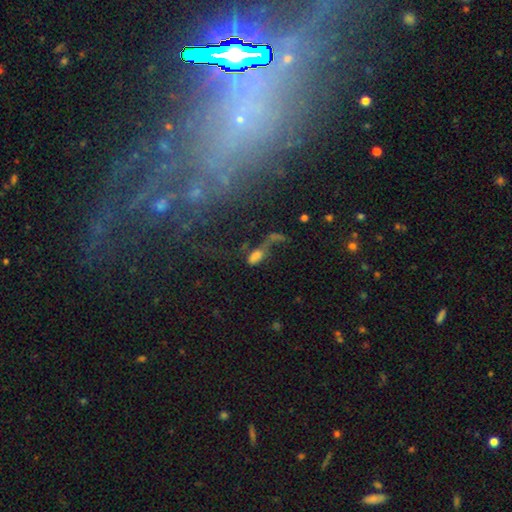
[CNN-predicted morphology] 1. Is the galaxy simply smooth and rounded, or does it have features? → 51% smooth, 28% featured or disk, 20% star or artifact.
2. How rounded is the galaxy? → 76% in between, 15% cigar-shaped, 9% round.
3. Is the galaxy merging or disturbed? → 39% major disturbance, 23% merger, 23% none, 16% minor disturbance.